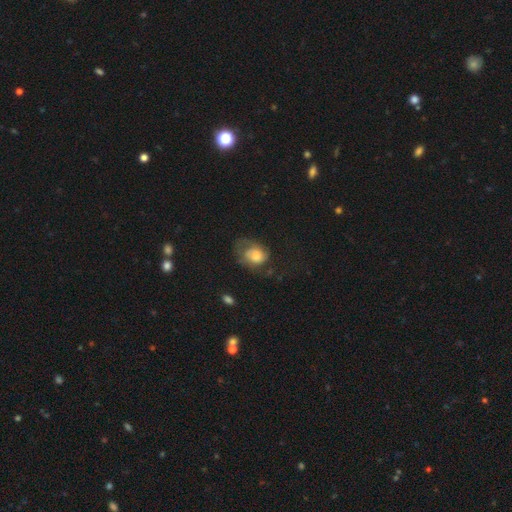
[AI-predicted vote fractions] smooth 57%, featured or disk 34%, star or artifact 9%. Down the decision tree: how rounded — in between (54%); merging — major disturbance (37%).